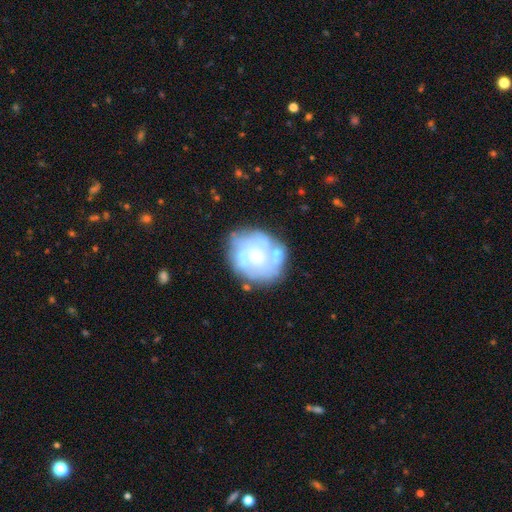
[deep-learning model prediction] A featured or disk galaxy (66%) with no bar (84%), no spiral arms (63%) and a moderate central bulge (57%).

Vote fractions:
- Smooth or featured? featured or disk: 66% / smooth: 27% / star or artifact: 8%
- Edge-on disk? no: 98% / yes: 2%
- Bar? no: 84% / weak: 13% / strong: 3%
- Spiral arms? no: 63% / yes: 37%
- Bulge size? moderate: 57% / small: 30% / large: 7% / none: 5% / dominant: 2%
- Merging? none: 63% / minor disturbance: 20% / major disturbance: 10% / merger: 8%